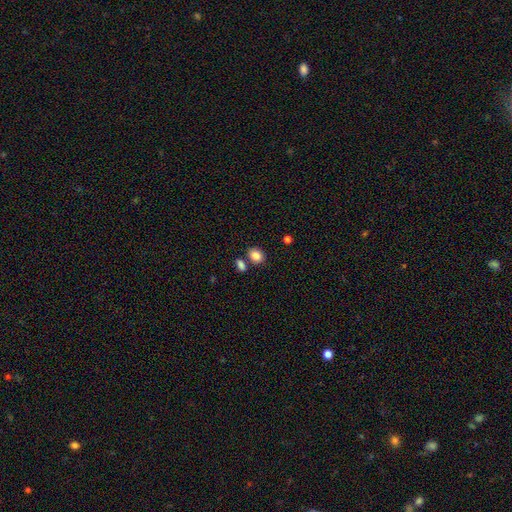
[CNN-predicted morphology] Overall: smooth (86%). How rounded: in between (58%; round 41%). Merging: none (69%).